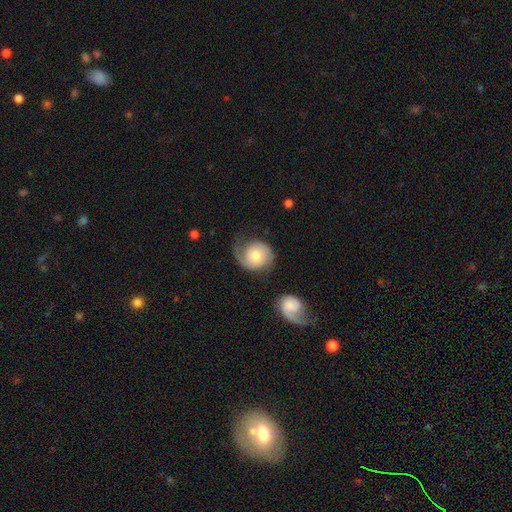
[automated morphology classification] smooth-or-featured: featured or disk: 60% | smooth: 33% | star or artifact: 6%
  disk-edge-on: no: 97% | yes: 3%
    bar: no: 72% | weak: 24% | strong: 4%
    has-spiral-arms: yes: 90% | no: 10%
      spiral-winding: tight: 40% | medium: 38% | loose: 23%
      spiral-arm-count: 2: 57% | 1: 31% | can't tell: 8% | 3: 2% | 4: 1% | more than 4: 1%
    bulge-size: moderate: 65% | small: 23% | large: 9% | none: 2% | dominant: 2%
  merging: none: 54% | minor disturbance: 24% | major disturbance: 17% | merger: 5%